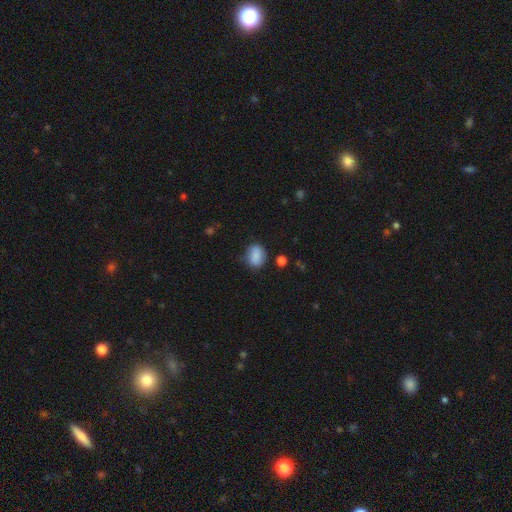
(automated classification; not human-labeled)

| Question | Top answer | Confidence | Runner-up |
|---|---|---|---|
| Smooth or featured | smooth | 84% | star or artifact (8%) |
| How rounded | in between | 59% | round (40%) |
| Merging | none | 70% | minor disturbance (21%) |